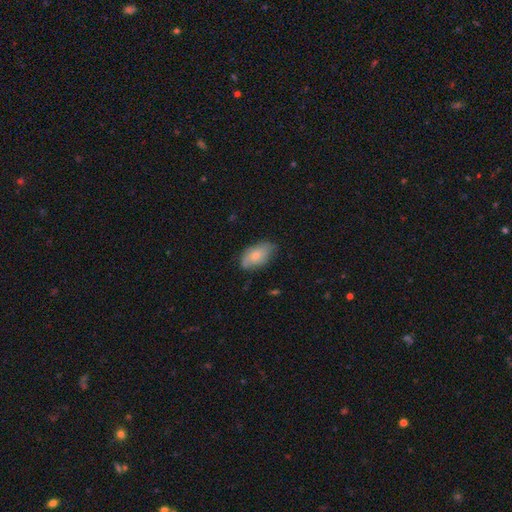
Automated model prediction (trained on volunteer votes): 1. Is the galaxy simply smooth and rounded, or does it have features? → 66% smooth, 27% featured or disk, 6% star or artifact.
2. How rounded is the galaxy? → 93% in between, 5% round, 3% cigar-shaped.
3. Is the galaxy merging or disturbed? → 65% none, 27% minor disturbance, 6% major disturbance, 1% merger.